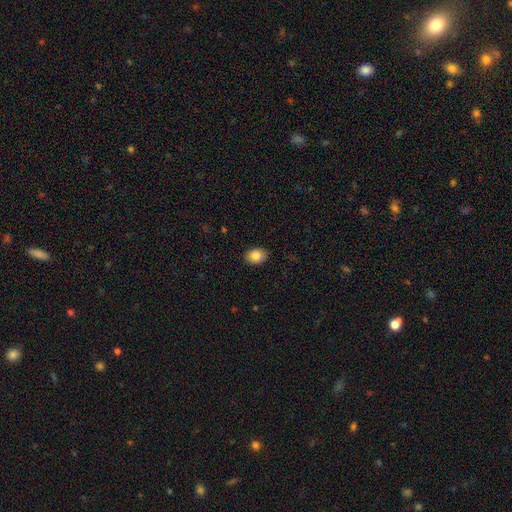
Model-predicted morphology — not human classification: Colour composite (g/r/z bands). It shows a smooth galaxy with no disk features (87%) that is in between round and cigar-shaped (69%). Merging: none (87%).